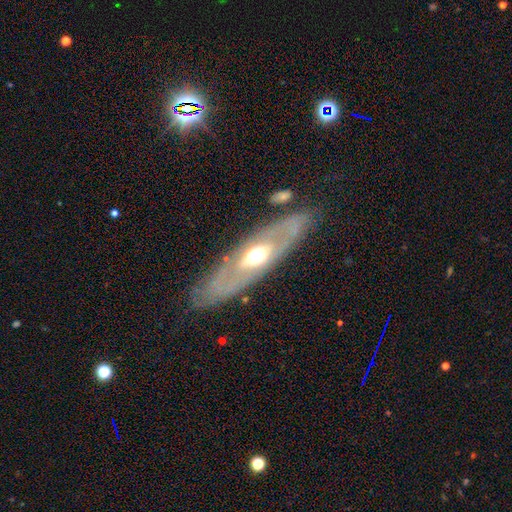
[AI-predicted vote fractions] Morphology: type=featured or disk (66%); edge-on=no (65%); merging=none (78%).